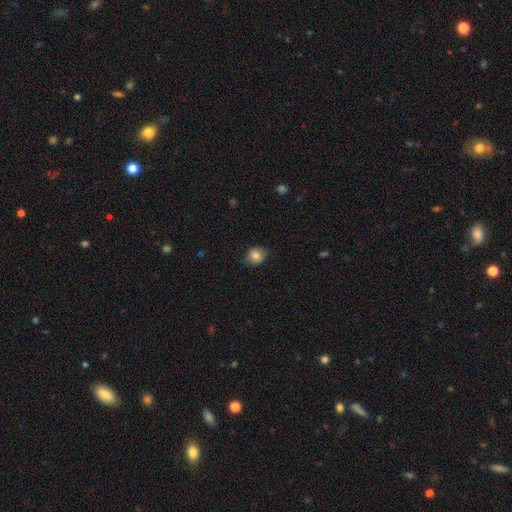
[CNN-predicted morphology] type=smooth (80%); roundness=round (72%); merging=none (79%).